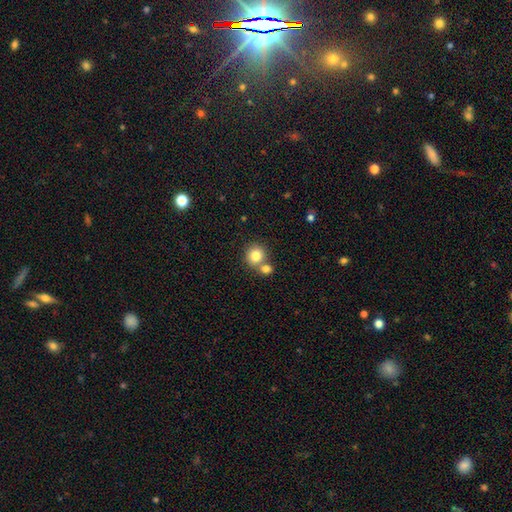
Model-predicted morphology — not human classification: Smooth or featured? Predicted: smooth (p=0.81). How rounded? Predicted: round (p=0.88). Merging? Predicted: none (p=0.56).